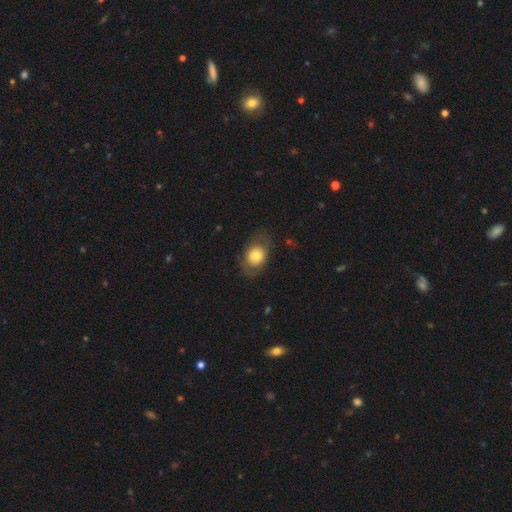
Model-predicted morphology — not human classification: Smooth or featured? Predicted: smooth (p=0.69). How rounded? Predicted: in between (p=0.61). Merging? Predicted: none (p=0.73).